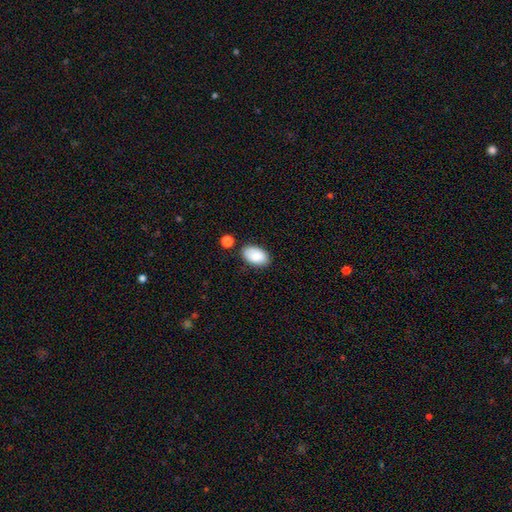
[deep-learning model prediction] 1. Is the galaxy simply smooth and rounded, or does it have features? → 87% smooth, 7% featured or disk, 7% star or artifact.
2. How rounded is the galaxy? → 94% in between, 4% round, 1% cigar-shaped.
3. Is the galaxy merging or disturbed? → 79% none, 14% minor disturbance, 5% merger, 3% major disturbance.